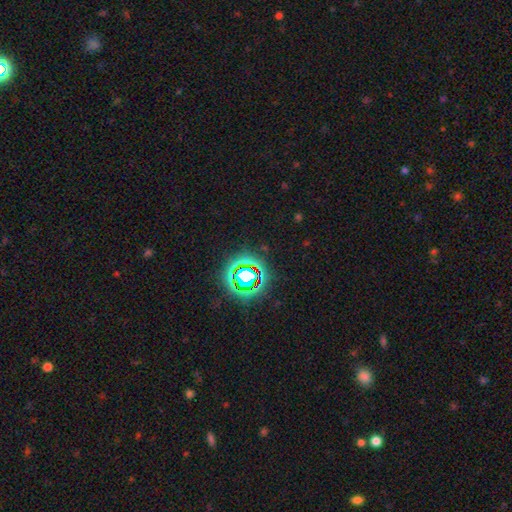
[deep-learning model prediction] The model was most divided on "smooth or featured": star or artifact: 80%, smooth: 13%, featured or disk: 7%.